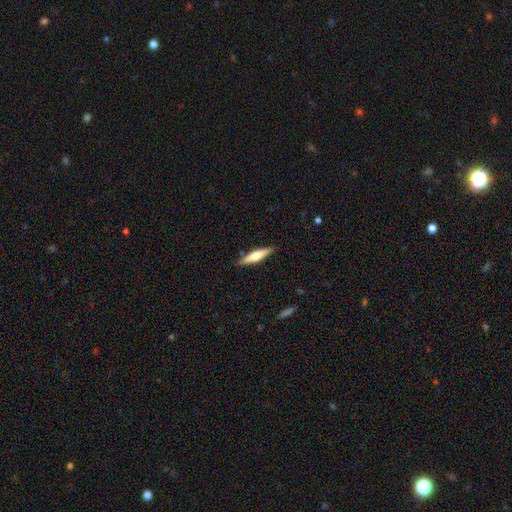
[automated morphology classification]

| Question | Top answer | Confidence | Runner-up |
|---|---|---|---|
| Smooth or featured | smooth | 50% | featured or disk (44%) |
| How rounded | cigar-shaped | 83% | in between (16%) |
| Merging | none | 87% | minor disturbance (10%) |